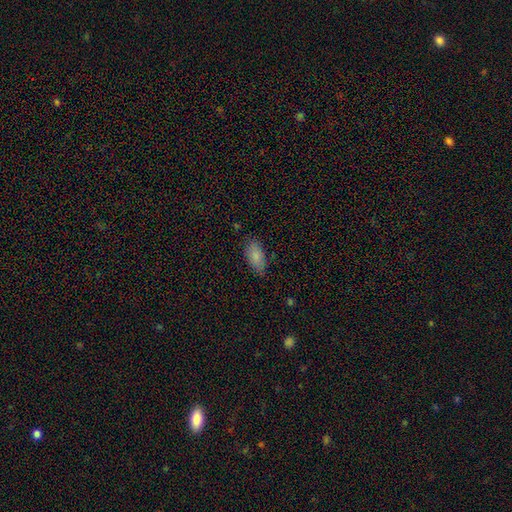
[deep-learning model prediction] Smooth or featured: smooth — 86% (star or artifact — 7%)
How rounded: in between — 90% (cigar-shaped — 8%)
Merging: none — 80% (minor disturbance — 16%)